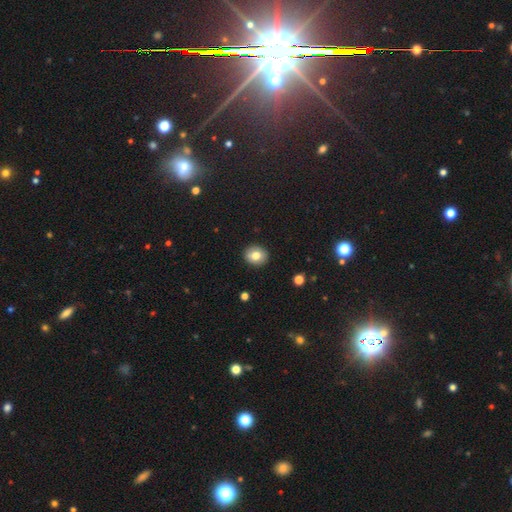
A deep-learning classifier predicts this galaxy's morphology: Overall: smooth (76%). How rounded: round (76%). Merging: none (90%).